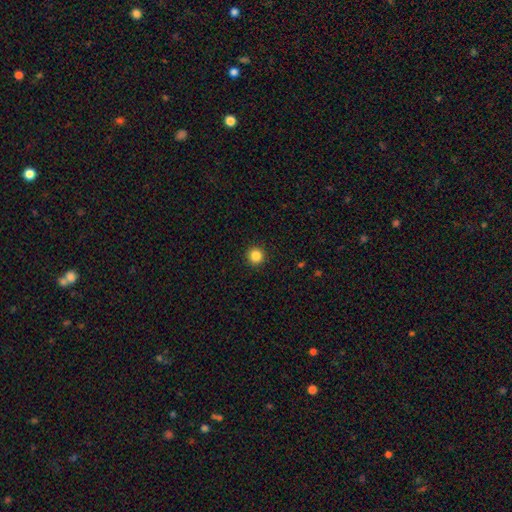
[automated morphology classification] Overall: smooth (85%). How rounded: round (95%). Merging: none (93%).